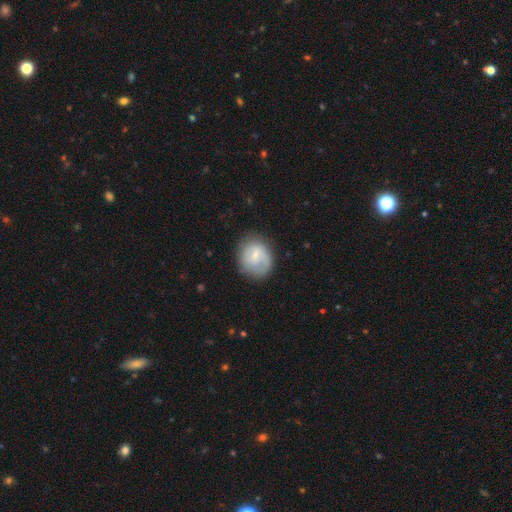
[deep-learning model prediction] smooth-or-featured: smooth: 55% | featured or disk: 37% | star or artifact: 8%
  how-rounded: round: 67% | in between: 32% | cigar-shaped: 1%
  merging: none: 66% | minor disturbance: 22% | major disturbance: 11% | merger: 2%